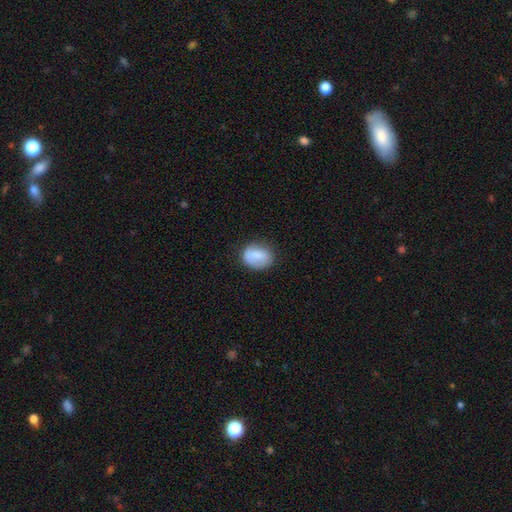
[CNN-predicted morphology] Overall: smooth (79%). How rounded: in between (59%; round 40%). Merging: none (70%).